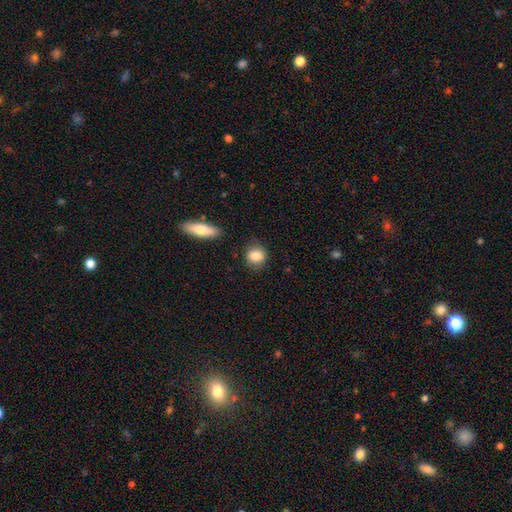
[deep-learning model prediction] A smooth galaxy with no disk features (85%) that is round (76%). Merging: none (80%).